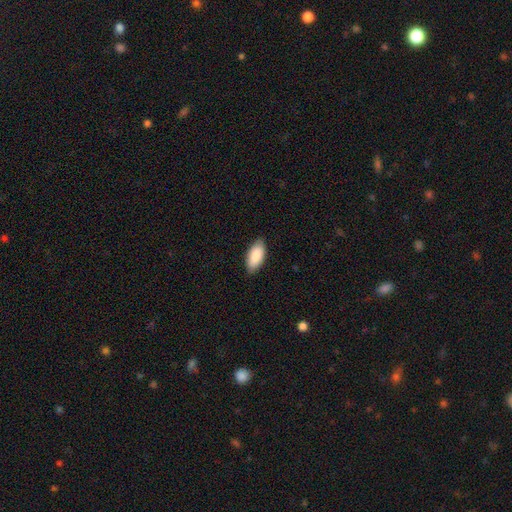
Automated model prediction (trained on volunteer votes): Overall: smooth (89%). How rounded: in between (92%). Merging: none (85%).